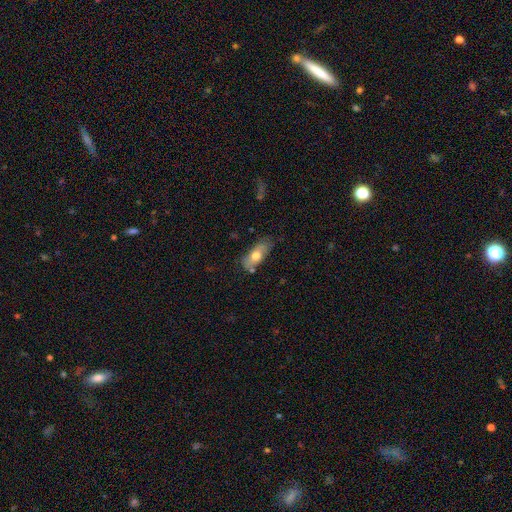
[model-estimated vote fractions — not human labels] smooth-or-featured: smooth: 66% | featured or disk: 28% | star or artifact: 7%
  how-rounded: in between: 80% | cigar-shaped: 16% | round: 4%
  merging: none: 65% | minor disturbance: 24% | major disturbance: 6% | merger: 5%